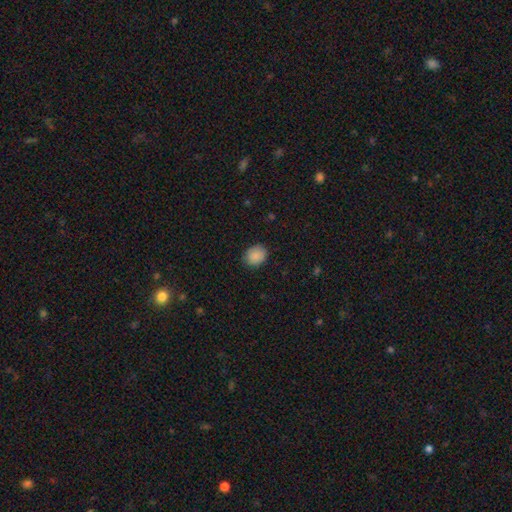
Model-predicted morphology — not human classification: smooth-or-featured: smooth: 88% | star or artifact: 8% | featured or disk: 4%
  how-rounded: round: 53% | in between: 46% | cigar-shaped: 1%
  merging: none: 85% | minor disturbance: 12% | major disturbance: 2% | merger: 1%